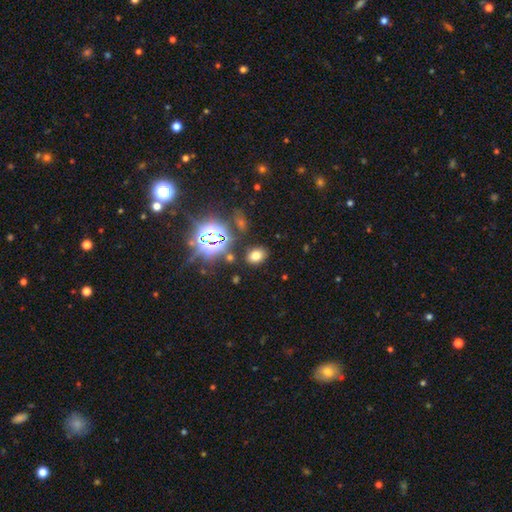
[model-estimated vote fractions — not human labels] Smooth or featured?
  - smooth: 68% *
  - star or artifact: 23%
  - featured or disk: 9%
How rounded?
  - in between: 68% *
  - round: 31%
  - cigar-shaped: 1%
Merging?
  - none: 85% *
  - minor disturbance: 9%
  - major disturbance: 3%
  - merger: 3%